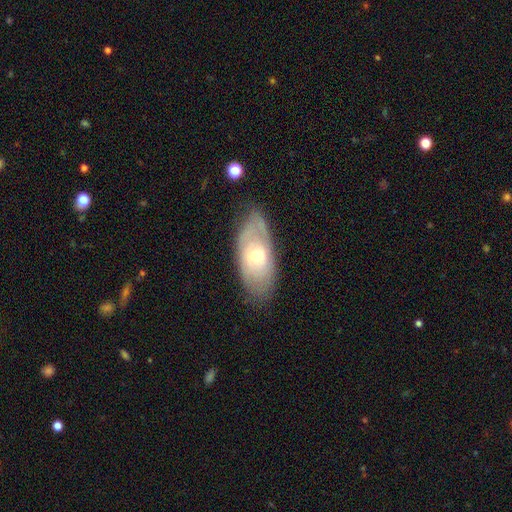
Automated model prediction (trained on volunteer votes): This is possibly a featured or disk galaxy (54%). It is clearly not viewed edge-on (84%). Merging: likely none (72%).